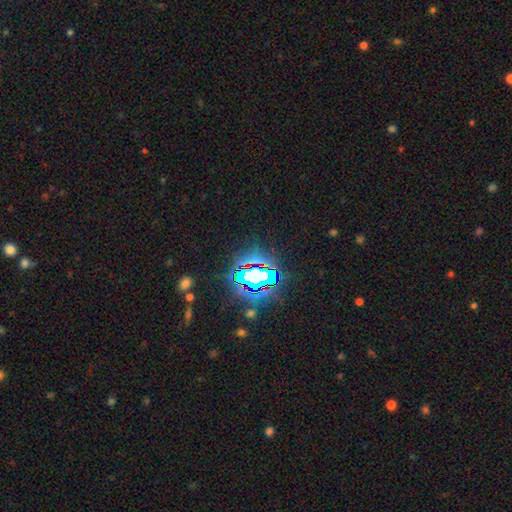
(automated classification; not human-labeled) Smooth or featured: star or artifact — 83% (smooth — 10%)